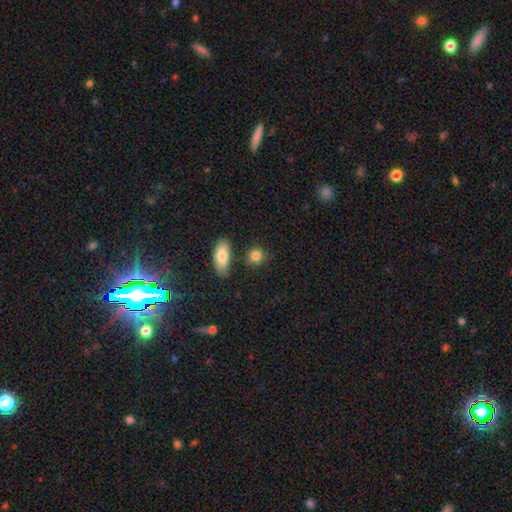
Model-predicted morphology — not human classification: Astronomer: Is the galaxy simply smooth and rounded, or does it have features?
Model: smooth — 85%.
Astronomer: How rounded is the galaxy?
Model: round — 71%.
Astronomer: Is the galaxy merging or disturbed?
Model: none — 76%.